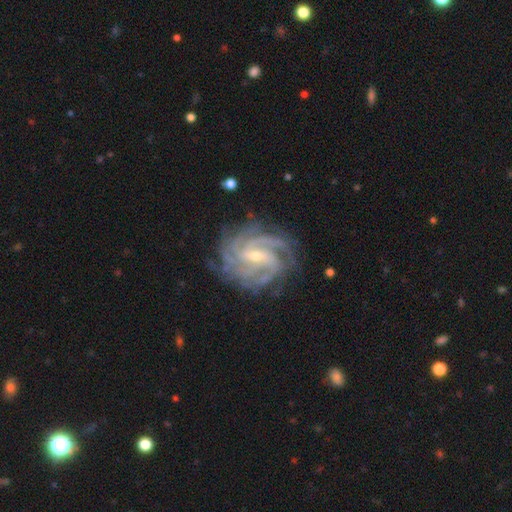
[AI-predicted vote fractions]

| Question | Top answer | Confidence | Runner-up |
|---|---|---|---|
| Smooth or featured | featured or disk | 92% | star or artifact (5%) |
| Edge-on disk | no | 97% | yes (3%) |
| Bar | weak | 51% | strong (30%) |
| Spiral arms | yes | 98% | no (2%) |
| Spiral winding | tight | 66% | medium (29%) |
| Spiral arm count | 4 | 35% | 3 (20%) |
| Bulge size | small | 61% | moderate (35%) |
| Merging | none | 79% | minor disturbance (15%) |